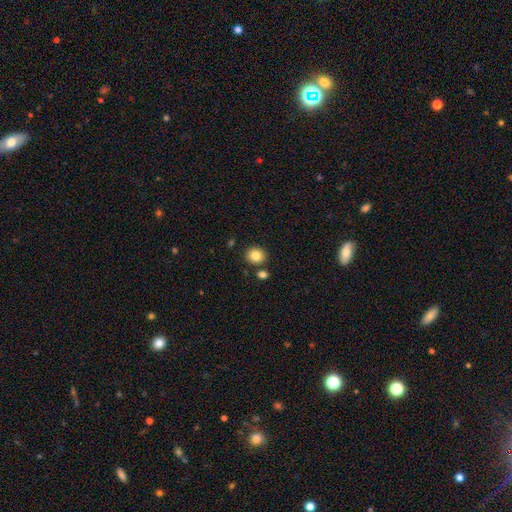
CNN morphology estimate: smooth-or-featured: smooth: 85% | star or artifact: 10% | featured or disk: 6%
  how-rounded: round: 79% | in between: 20% | cigar-shaped: 1%
  merging: none: 82% | minor disturbance: 8% | merger: 8% | major disturbance: 2%